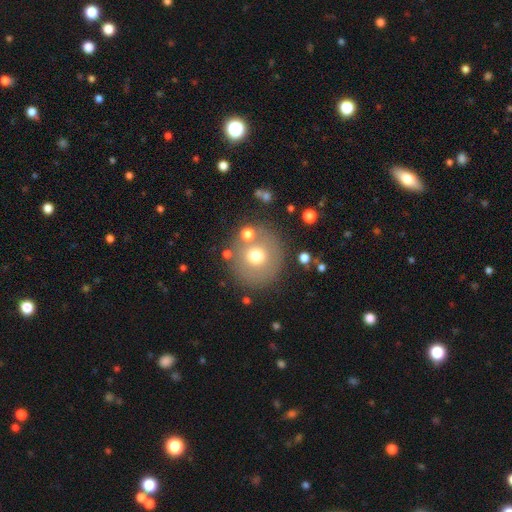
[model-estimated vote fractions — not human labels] The model was most divided on "smooth or featured": smooth: 66%, featured or disk: 21%, star or artifact: 13%. More confident: how rounded — round (94%); merging — none (79%).